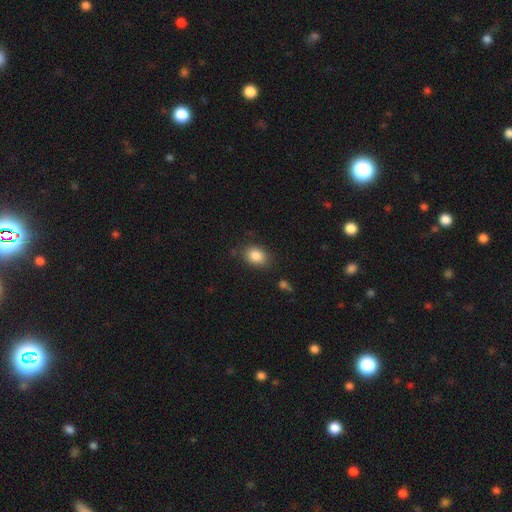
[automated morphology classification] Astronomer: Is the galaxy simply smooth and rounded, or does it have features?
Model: smooth — 86%.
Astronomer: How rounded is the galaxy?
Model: in between — 68%.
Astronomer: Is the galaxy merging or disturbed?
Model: none — 81%.